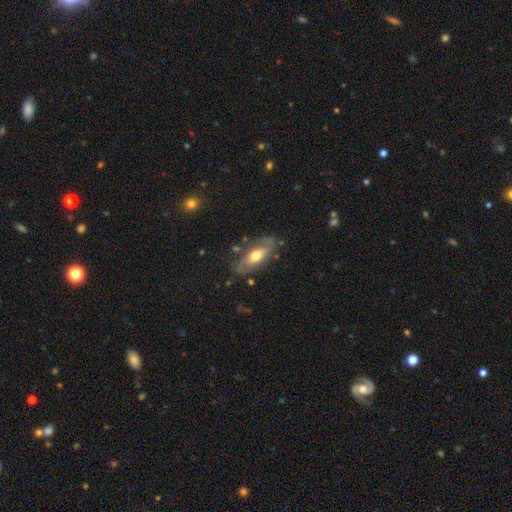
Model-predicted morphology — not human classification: Smooth or featured? Predicted: featured or disk (p=0.63). Edge-on disk? Predicted: no (p=0.80). Bar? Predicted: no (p=0.61). Spiral arms? Predicted: yes (p=0.68). Bulge size? Predicted: moderate (p=0.68). Merging? Predicted: none (p=0.74).